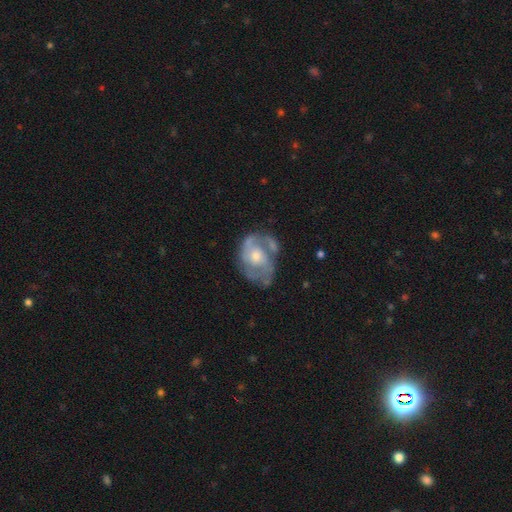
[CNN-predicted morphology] smooth_or_featured: featured or disk (p=0.74) [alt: smooth p=0.20]
disk_edge_on: no (p=0.97) [alt: yes p=0.03]
bar: no (p=0.71) [alt: weak p=0.24]
has_spiral_arms: yes (p=0.75) [alt: no p=0.25]
spiral_winding: medium (p=0.44) [alt: tight p=0.37]
spiral_arm_count: 2 (p=0.44) [alt: can't tell p=0.30]
bulge_size: moderate (p=0.61) [alt: small p=0.28]
merging: none (p=0.50) [alt: minor disturbance p=0.24]